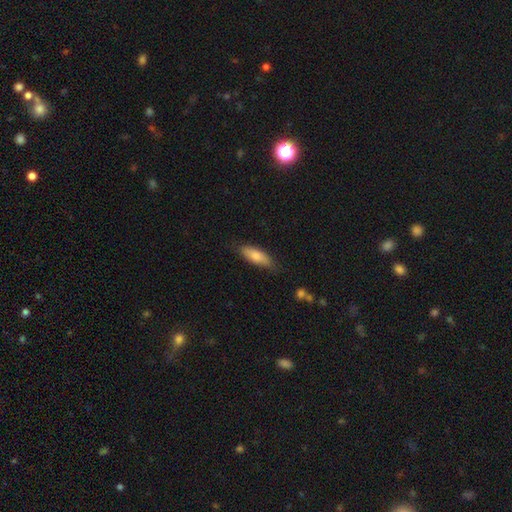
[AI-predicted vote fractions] Q: Smooth or featured?
A: smooth (75%); runner-up: featured or disk (19%)
Q: How rounded?
A: in between (56%); runner-up: cigar-shaped (42%)
Q: Merging?
A: none (78%); runner-up: minor disturbance (17%)